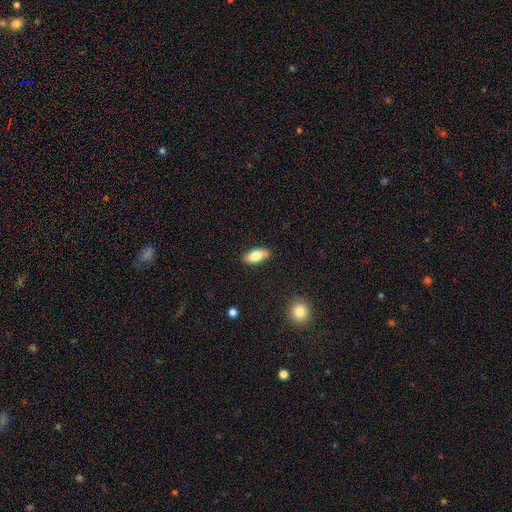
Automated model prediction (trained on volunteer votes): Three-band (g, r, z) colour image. It shows a smooth galaxy with no disk features (78%) that is in between round and cigar-shaped (88%). Merging: none (76%).